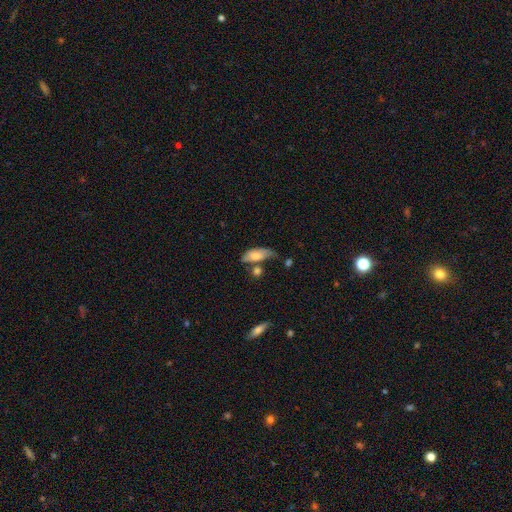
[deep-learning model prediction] Smooth or featured?
  - smooth: 63% *
  - featured or disk: 30%
  - star or artifact: 8%
How rounded?
  - in between: 83% *
  - cigar-shaped: 14%
  - round: 4%
Merging?
  - none: 31% *
  - minor disturbance: 28%
  - major disturbance: 21%
  - merger: 20%